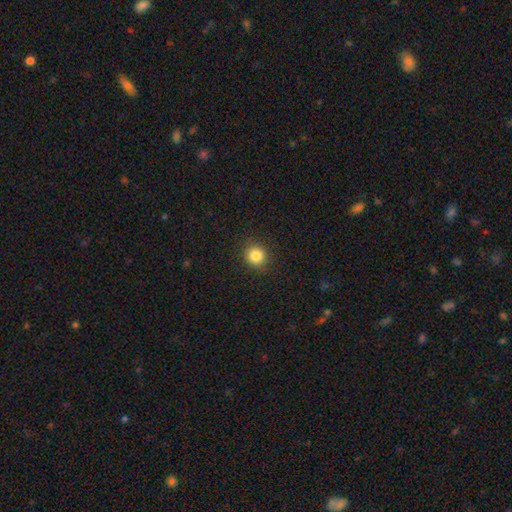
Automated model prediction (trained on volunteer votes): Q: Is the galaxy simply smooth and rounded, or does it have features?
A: smooth — 85%.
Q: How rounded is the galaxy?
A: round — 91%.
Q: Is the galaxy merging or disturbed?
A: none — 91%.